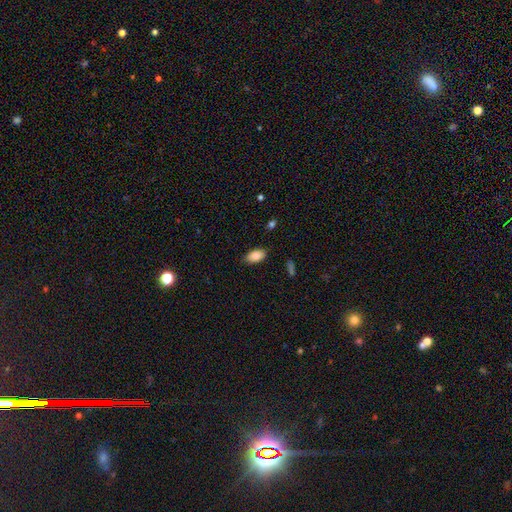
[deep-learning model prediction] The model was most divided on "merging": none: 85%, minor disturbance: 11%, major disturbance: 2%, merger: 1%. More confident: how rounded — in between (93%); smooth or featured — smooth (85%).